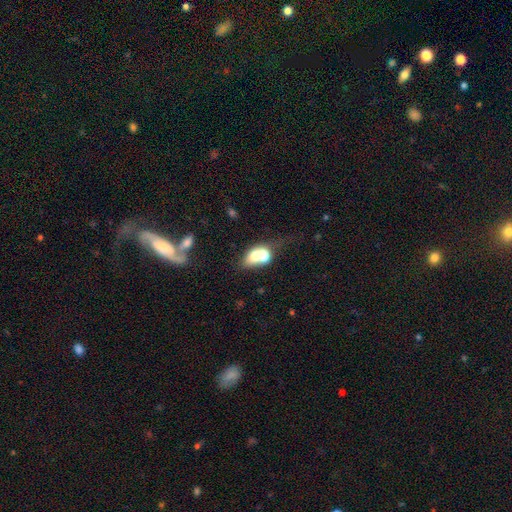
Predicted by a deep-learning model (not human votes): Smooth or featured?
  - smooth: 63% *
  - featured or disk: 25%
  - star or artifact: 12%
How rounded?
  - in between: 65% *
  - round: 33%
  - cigar-shaped: 3%
Merging?
  - merger: 59% *
  - none: 22%
  - minor disturbance: 10%
  - major disturbance: 9%